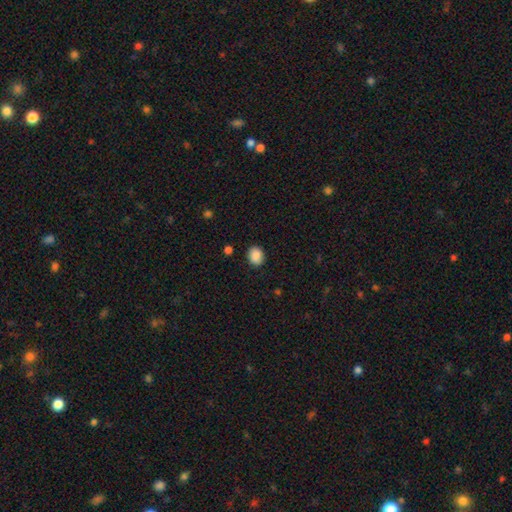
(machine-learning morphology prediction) type=smooth (88%); roundness=round (60%); merging=none (87%).